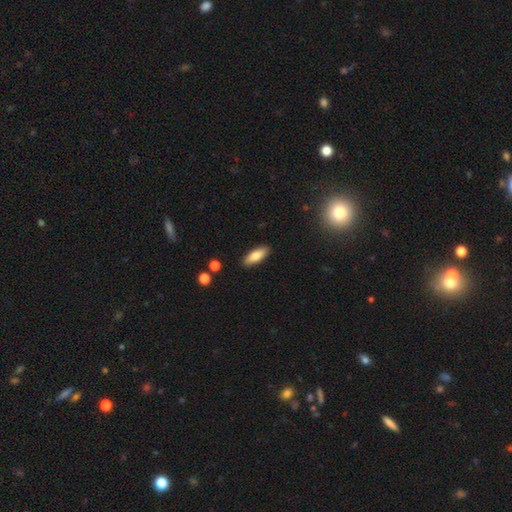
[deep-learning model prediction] Q: Smooth or featured?
A: smooth (78%); runner-up: featured or disk (16%)
Q: How rounded?
A: in between (68%); runner-up: cigar-shaped (30%)
Q: Merging?
A: none (89%); runner-up: minor disturbance (8%)